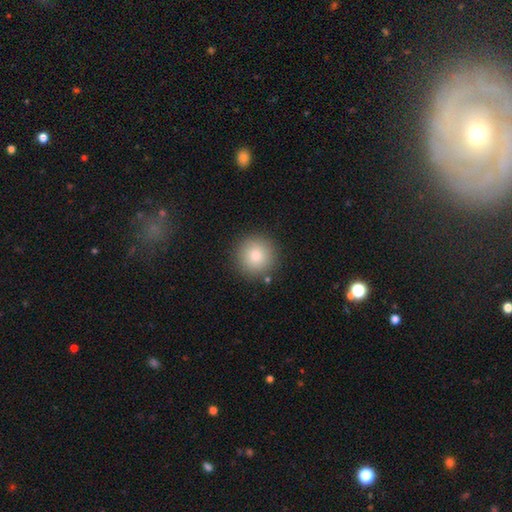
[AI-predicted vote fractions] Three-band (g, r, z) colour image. It shows a smooth galaxy with no disk features (84%) that is round (95%). Merging: none (88%).